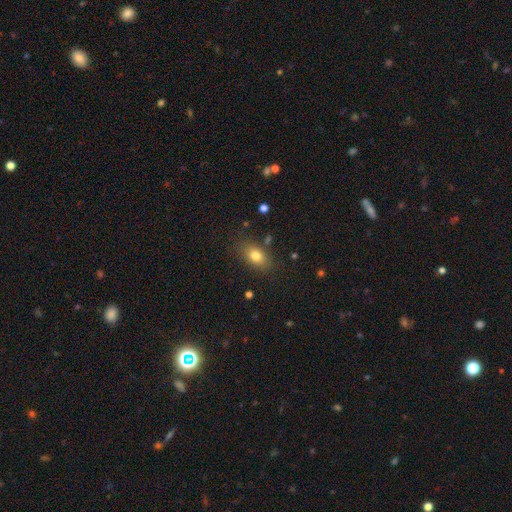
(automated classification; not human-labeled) smooth-or-featured: smooth: 78% | featured or disk: 12% | star or artifact: 10%
  how-rounded: in between: 81% | round: 15% | cigar-shaped: 3%
  merging: none: 80% | minor disturbance: 13% | major disturbance: 4% | merger: 3%